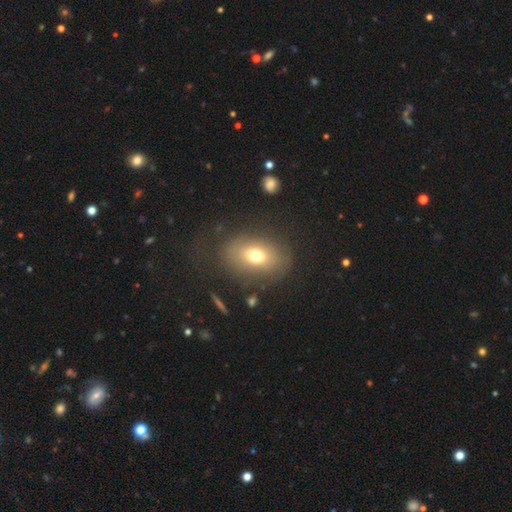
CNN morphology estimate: Smooth or featured? smooth (69%)
How rounded? in between (75%)
Merging? none (74%)